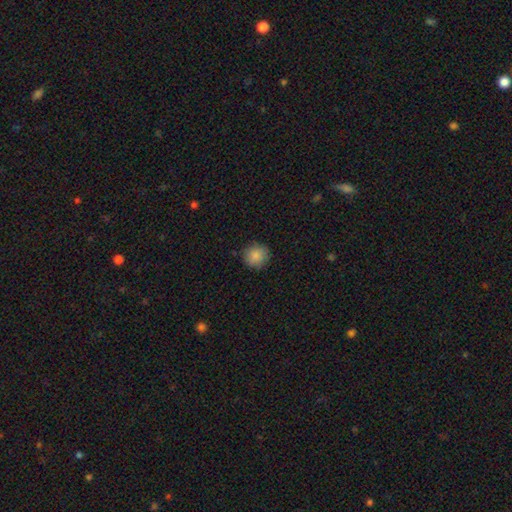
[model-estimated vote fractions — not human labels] Smooth or featured?
  - smooth: 87% *
  - star or artifact: 9%
  - featured or disk: 5%
How rounded?
  - round: 92% *
  - in between: 7%
  - cigar-shaped: 1%
Merging?
  - none: 88% *
  - minor disturbance: 9%
  - major disturbance: 2%
  - merger: 1%